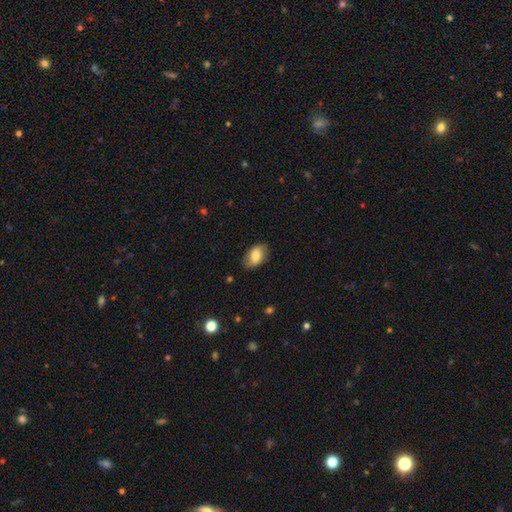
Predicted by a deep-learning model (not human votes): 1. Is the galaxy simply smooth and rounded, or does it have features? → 79% smooth, 14% featured or disk, 7% star or artifact.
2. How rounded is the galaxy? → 91% in between, 7% round, 2% cigar-shaped.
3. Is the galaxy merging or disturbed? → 78% none, 17% minor disturbance, 4% major disturbance, 1% merger.